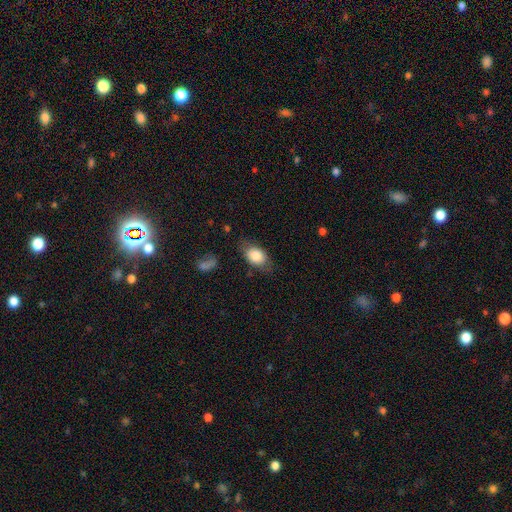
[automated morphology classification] This appears to be a smooth galaxy with no disk features (80%) that is in between round and cigar-shaped (83%). Merging: none (70%).